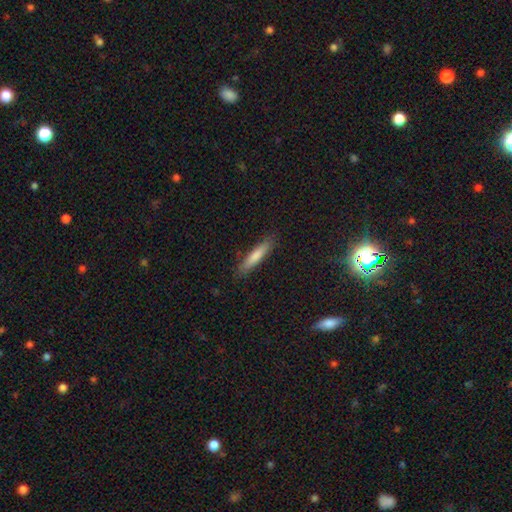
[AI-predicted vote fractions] Smooth or featured: smooth — 74% (featured or disk — 19%)
How rounded: cigar-shaped — 87% (in between — 11%)
Merging: none — 88% (minor disturbance — 9%)